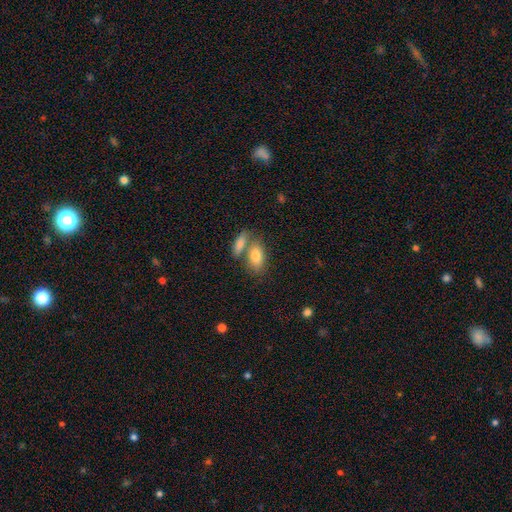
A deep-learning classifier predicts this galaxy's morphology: Q: Smooth or featured?
A: smooth (81%); runner-up: featured or disk (13%)
Q: How rounded?
A: in between (87%); runner-up: cigar-shaped (8%)
Q: Merging?
A: none (44%); runner-up: merger (42%)